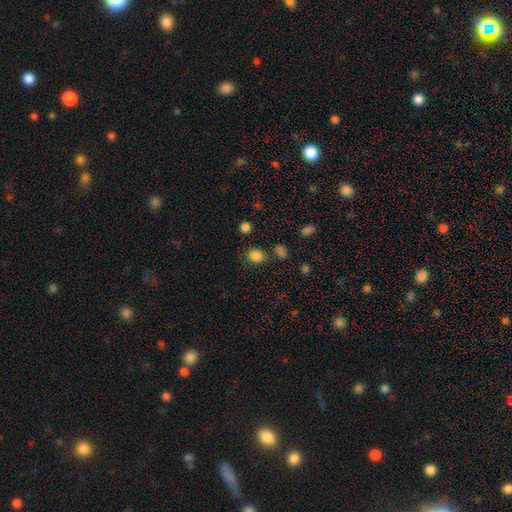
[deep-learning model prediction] smooth-or-featured: smooth: 82% | star or artifact: 14% | featured or disk: 4%
  how-rounded: round: 71% | in between: 28% | cigar-shaped: 1%
  merging: none: 78% | minor disturbance: 12% | merger: 6% | major disturbance: 4%